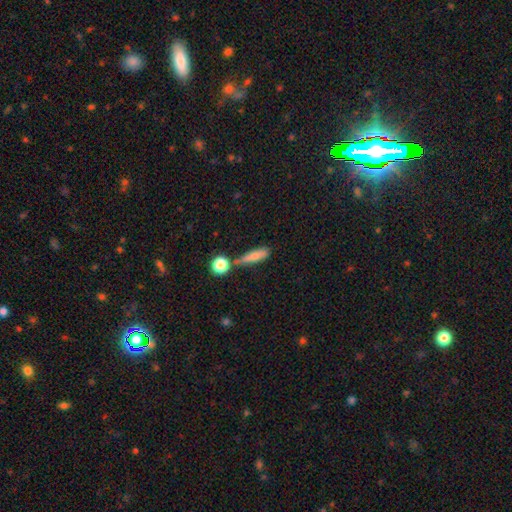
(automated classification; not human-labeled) smooth_or_featured: smooth (p=0.73) [alt: featured or disk p=0.16]
how_rounded: cigar-shaped (p=0.65) [alt: in between p=0.27]
merging: none (p=0.61) [alt: minor disturbance p=0.18]